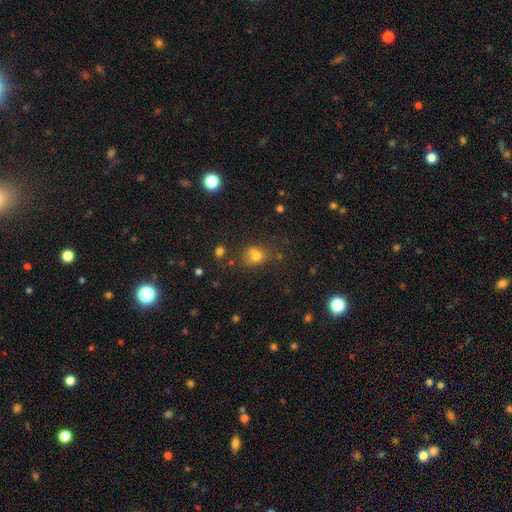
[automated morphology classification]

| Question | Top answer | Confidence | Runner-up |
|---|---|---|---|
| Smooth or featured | smooth | 73% | star or artifact (16%) |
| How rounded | round | 56% | in between (43%) |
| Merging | none | 59% | minor disturbance (20%) |